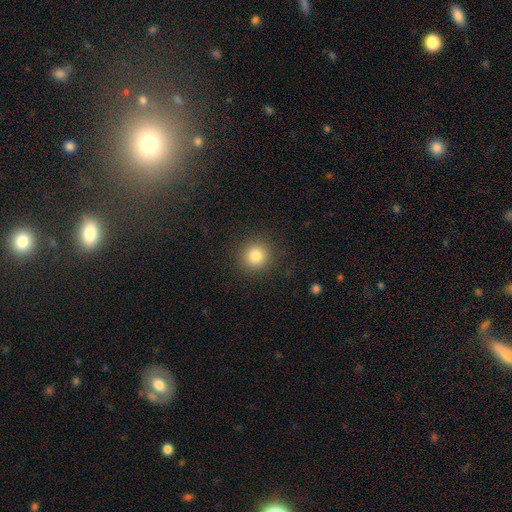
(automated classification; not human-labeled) Q: Smooth or featured?
A: smooth (81%); runner-up: star or artifact (12%)
Q: How rounded?
A: round (92%); runner-up: in between (7%)
Q: Merging?
A: none (90%); runner-up: minor disturbance (6%)